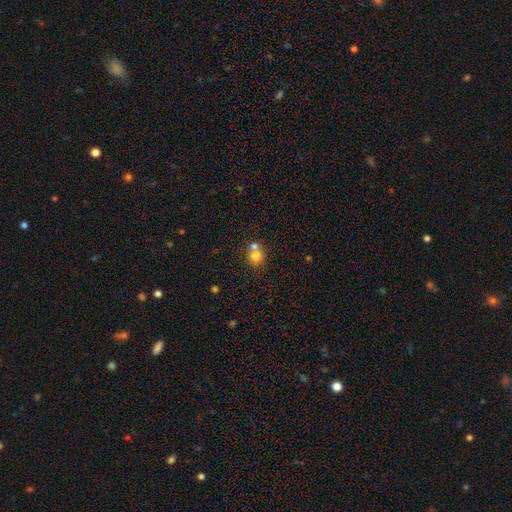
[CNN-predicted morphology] Smooth or featured? Predicted: smooth (p=0.77). How rounded? Predicted: round (p=0.86). Merging? Predicted: none (p=0.47).